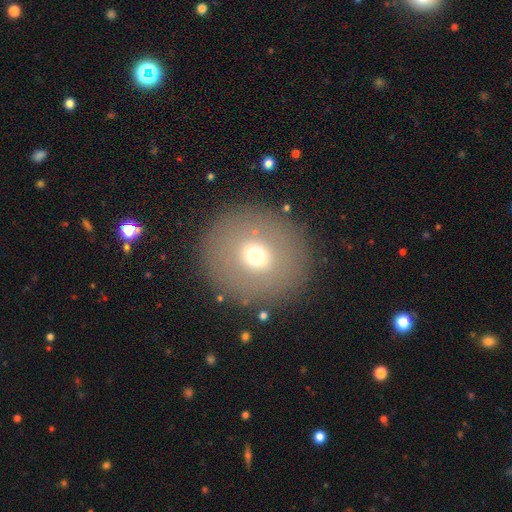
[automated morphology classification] A smooth galaxy with no disk features (64%) that is round (88%). Merging: none (87%).